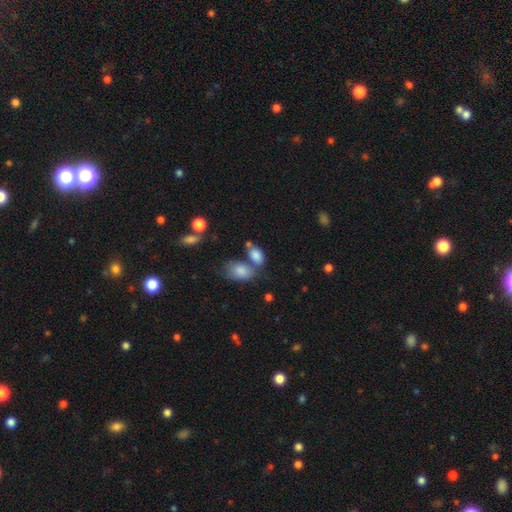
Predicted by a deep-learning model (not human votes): Smooth or featured? Predicted: smooth (p=0.83). How rounded? Predicted: in between (p=0.88). Merging? Predicted: none (p=0.44).